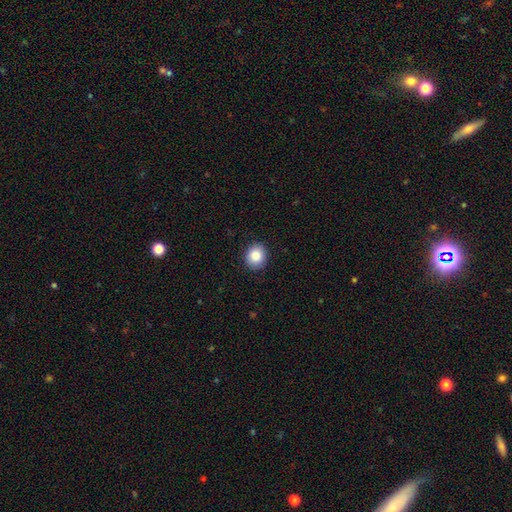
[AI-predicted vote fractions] The model was most divided on "how rounded": round: 72%, in between: 27%, cigar-shaped: 1%. More confident: merging — none (89%); smooth or featured — smooth (87%).